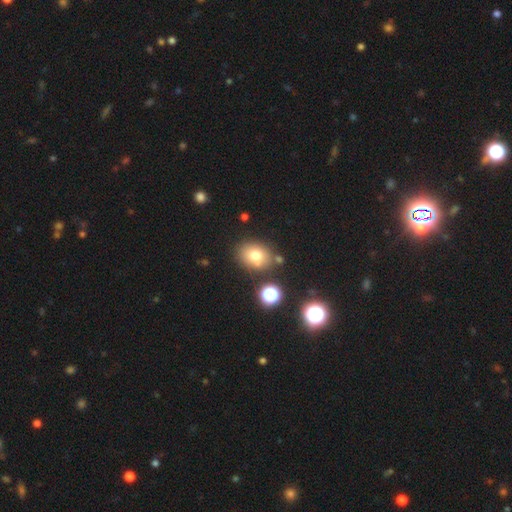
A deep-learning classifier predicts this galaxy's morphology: smooth 74%, star or artifact 14%, featured or disk 12%. Down the decision tree: how rounded — in between (52%); merging — none (75%).